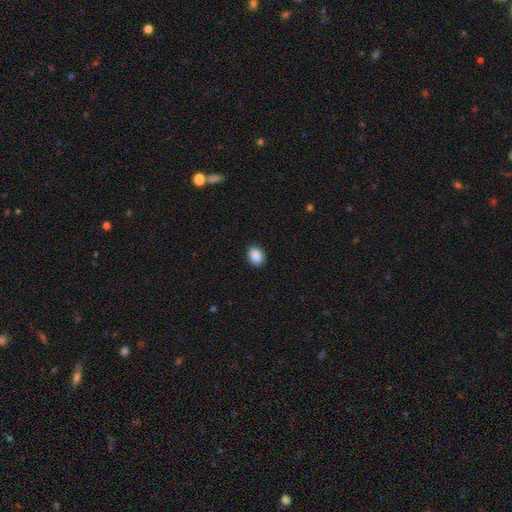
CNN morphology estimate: Smooth or featured? Predicted: smooth (p=0.90). How rounded? Predicted: in between (p=0.73). Merging? Predicted: none (p=0.87).